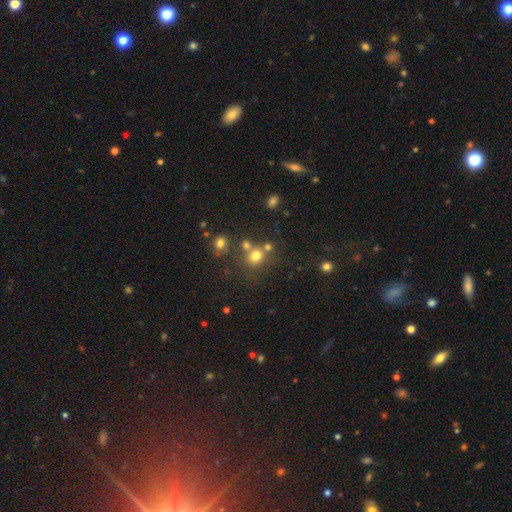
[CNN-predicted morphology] A smooth galaxy with no disk features (73%) that is round (83%).

Vote fractions:
- Smooth or featured? smooth: 73% / star or artifact: 19% / featured or disk: 9%
- How rounded? round: 83% / in between: 16% / cigar-shaped: 1%
- Merging? none: 62% / merger: 24% / minor disturbance: 10% / major disturbance: 5%